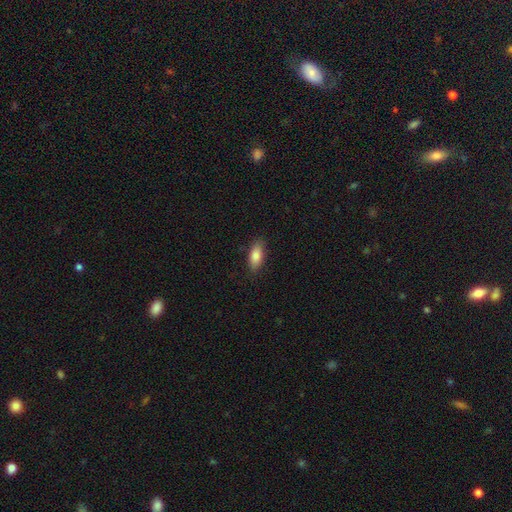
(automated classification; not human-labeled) Morphology: type=smooth (84%); roundness=in between (82%); merging=none (85%).